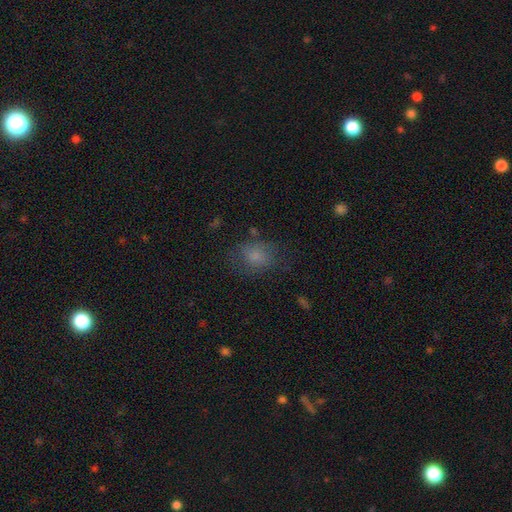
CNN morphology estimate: Smooth or featured: smooth — 73% (featured or disk — 14%)
How rounded: in between — 52% (round — 46%)
Merging: none — 62% (minor disturbance — 22%)